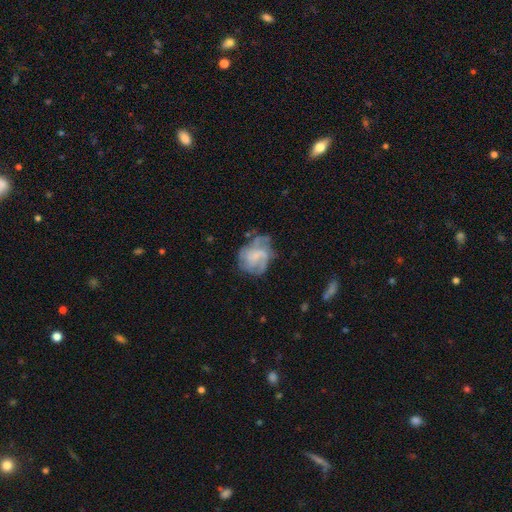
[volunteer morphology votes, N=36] Volunteers were most divided on "smooth or featured": featured or disk: 50%, smooth: 47%, star or artifact: 3%. Remaining: edge-on disk — no (100%); spiral arms — yes (67%); bar — no (61%); spiral winding — medium (58%); spiral arm count — can't tell (42%); merging — none (40%); bulge size — none (39%).